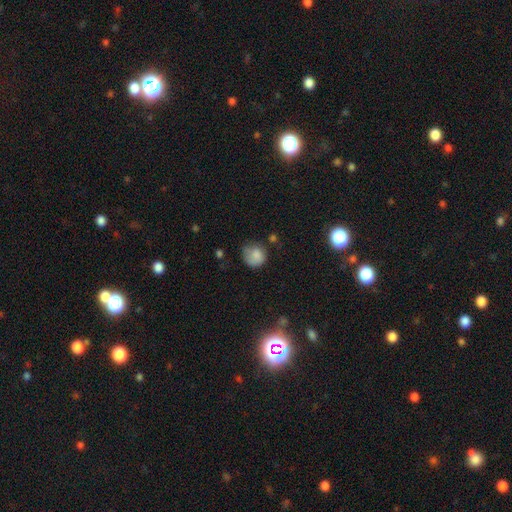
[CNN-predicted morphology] smooth-or-featured: smooth: 78% | featured or disk: 12% | star or artifact: 10%
  how-rounded: round: 76% | in between: 23% | cigar-shaped: 1%
  merging: none: 48% | minor disturbance: 32% | major disturbance: 16% | merger: 4%